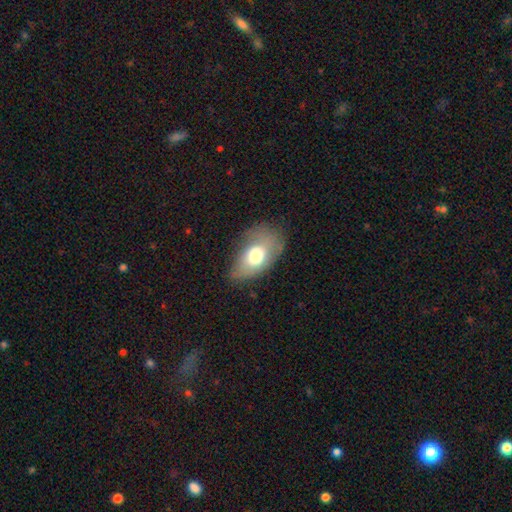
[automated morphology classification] smooth_or_featured: smooth (p=0.68) [alt: featured or disk p=0.24]
how_rounded: in between (p=0.90) [alt: round p=0.07]
merging: none (p=0.62) [alt: minor disturbance p=0.26]